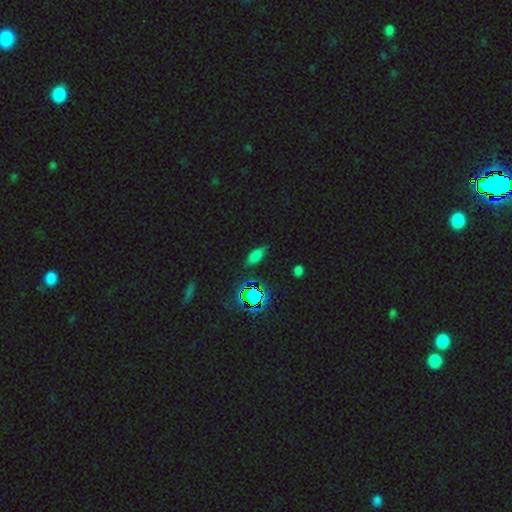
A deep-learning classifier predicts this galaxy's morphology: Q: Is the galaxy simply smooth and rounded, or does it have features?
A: smooth — 64%.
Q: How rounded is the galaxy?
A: in between — 78%.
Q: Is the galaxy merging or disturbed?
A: none — 78%.